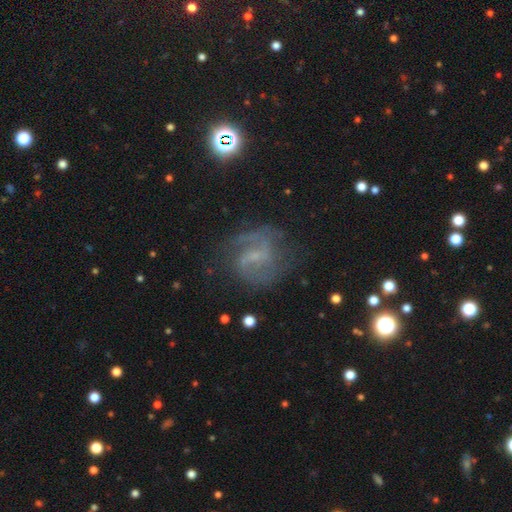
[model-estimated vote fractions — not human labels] smooth_or_featured: featured or disk (p=0.77) [alt: smooth p=0.12]
disk_edge_on: no (p=0.97) [alt: yes p=0.03]
bar: weak (p=0.55) [alt: no p=0.25]
has_spiral_arms: yes (p=0.91) [alt: no p=0.09]
spiral_winding: medium (p=0.50) [alt: loose p=0.29]
spiral_arm_count: 2 (p=0.73) [alt: can't tell p=0.13]
bulge_size: small (p=0.52) [alt: none p=0.32]
merging: none (p=0.68) [alt: minor disturbance p=0.17]